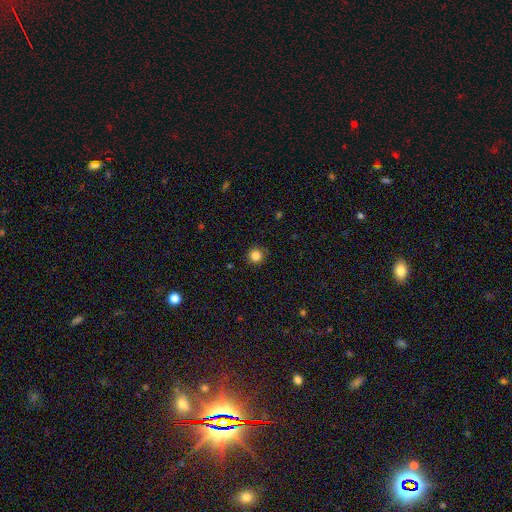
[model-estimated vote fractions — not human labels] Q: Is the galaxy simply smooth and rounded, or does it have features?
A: smooth — 84%.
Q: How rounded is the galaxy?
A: round — 95%.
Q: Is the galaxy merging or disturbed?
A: none — 90%.